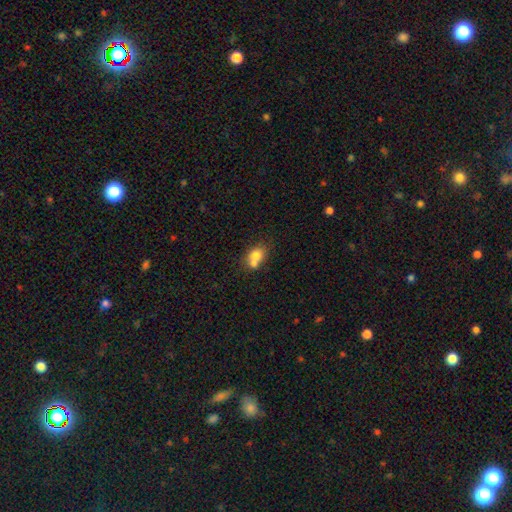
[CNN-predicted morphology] Smooth or featured? Predicted: smooth (p=0.75). How rounded? Predicted: in between (p=0.50). Merging? Predicted: merger (p=0.52).